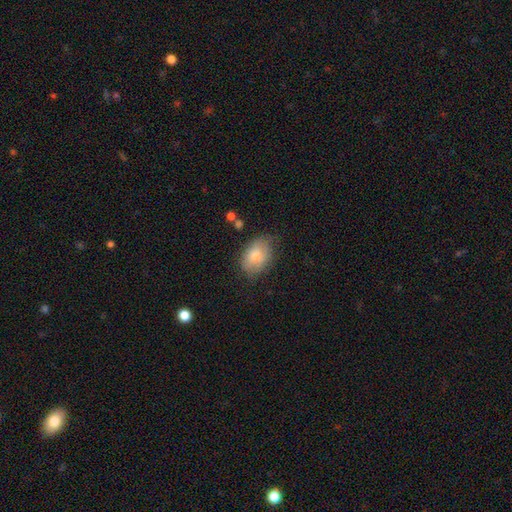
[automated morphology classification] Smooth or featured? smooth (78%)
How rounded? in between (85%)
Merging? none (64%)